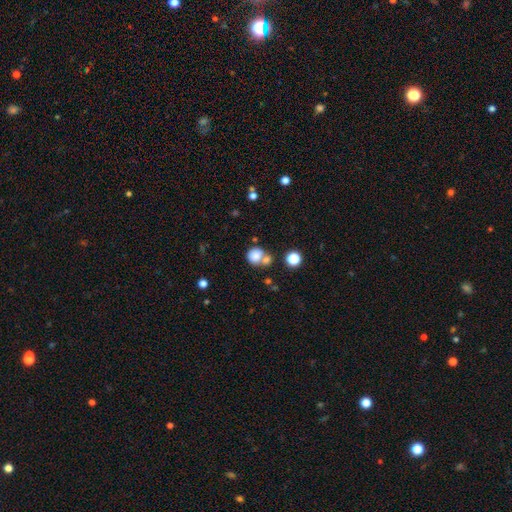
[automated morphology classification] Smooth or featured? Predicted: smooth (p=0.80). How rounded? Predicted: round (p=0.83). Merging? Predicted: none (p=0.47).